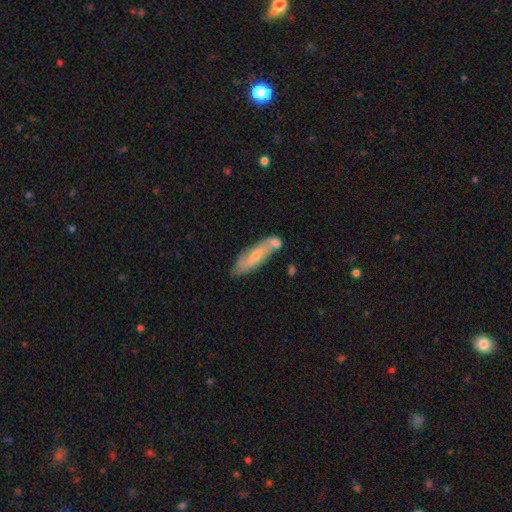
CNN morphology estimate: A smooth galaxy with no disk features (50%) that is cigar-shaped (56%).

Vote fractions:
- Smooth or featured? smooth: 50% / featured or disk: 44% / star or artifact: 6%
- How rounded? cigar-shaped: 56% / in between: 42% / round: 2%
- Merging? none: 50% / merger: 25% / minor disturbance: 19% / major disturbance: 5%